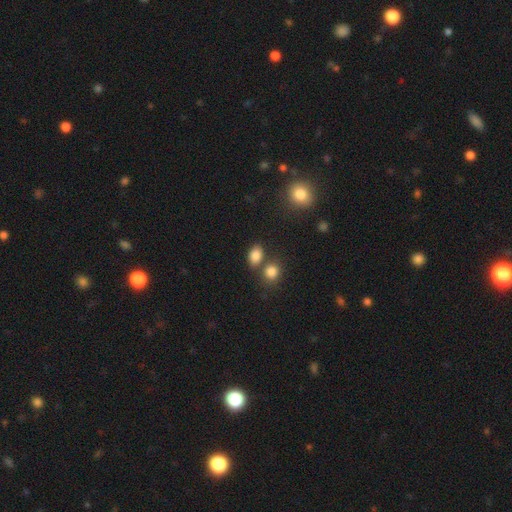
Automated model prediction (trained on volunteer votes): smooth 84%, star or artifact 11%, featured or disk 5%. Down the decision tree: how rounded — in between (72%); merging — none (63%).